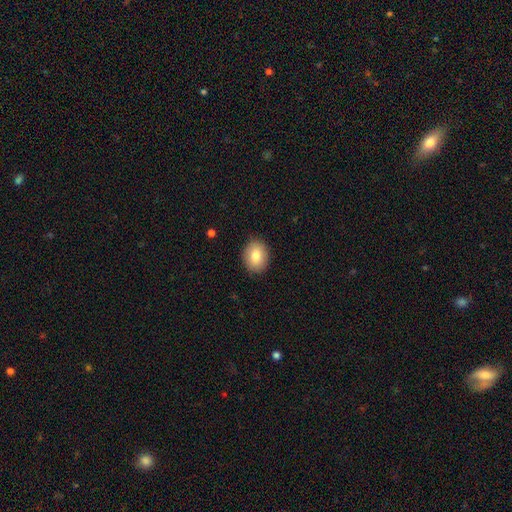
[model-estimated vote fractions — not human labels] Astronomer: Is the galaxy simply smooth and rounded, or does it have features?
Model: smooth — 83%.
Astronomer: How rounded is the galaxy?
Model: in between — 52% (runner-up: round, 47%).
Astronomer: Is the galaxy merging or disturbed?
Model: none — 89%.